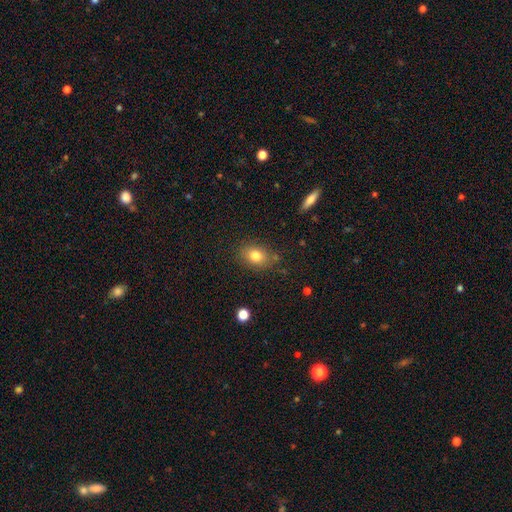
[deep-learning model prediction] Overall: smooth (80%). How rounded: in between (69%; round 29%). Merging: none (79%).